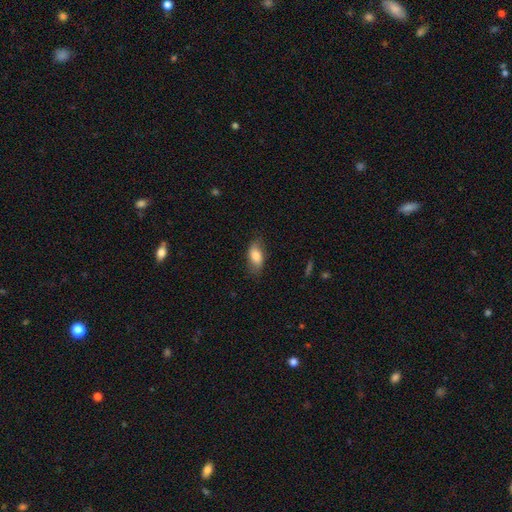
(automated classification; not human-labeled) smooth 79%, featured or disk 14%, star or artifact 7%. Down the decision tree: how rounded — in between (89%); merging — none (72%).